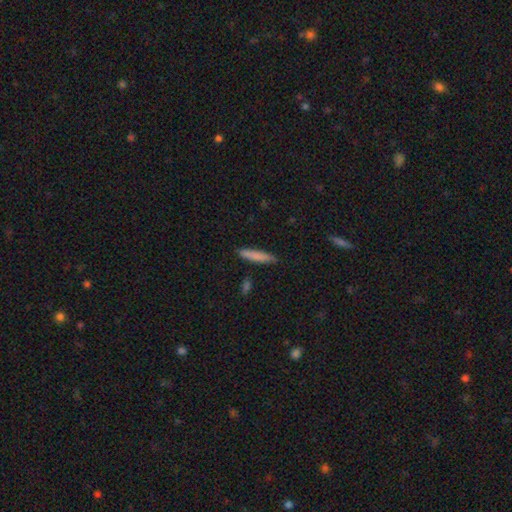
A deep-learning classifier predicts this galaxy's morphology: smooth 80%, featured or disk 14%, star or artifact 6%. Down the decision tree: how rounded — cigar-shaped (90%); merging — none (85%).